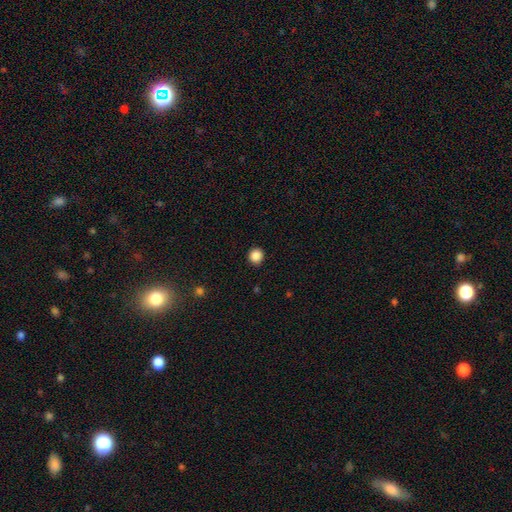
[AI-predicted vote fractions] A smooth galaxy with no disk features (88%) that is round (89%). Merging: none (91%).